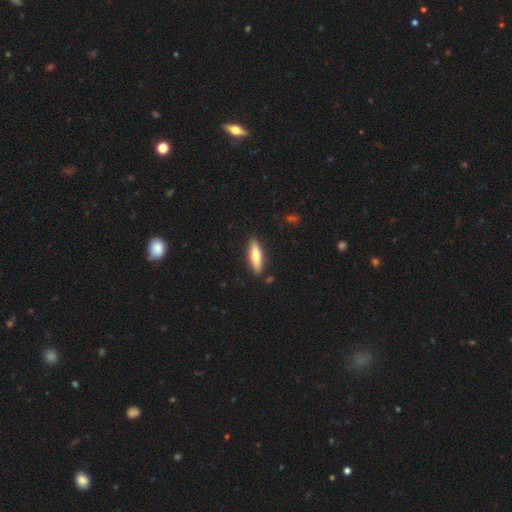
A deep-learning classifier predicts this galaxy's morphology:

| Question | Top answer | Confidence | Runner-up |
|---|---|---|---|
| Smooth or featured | smooth | 67% | featured or disk (28%) |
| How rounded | cigar-shaped | 61% | in between (37%) |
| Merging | none | 88% | minor disturbance (9%) |